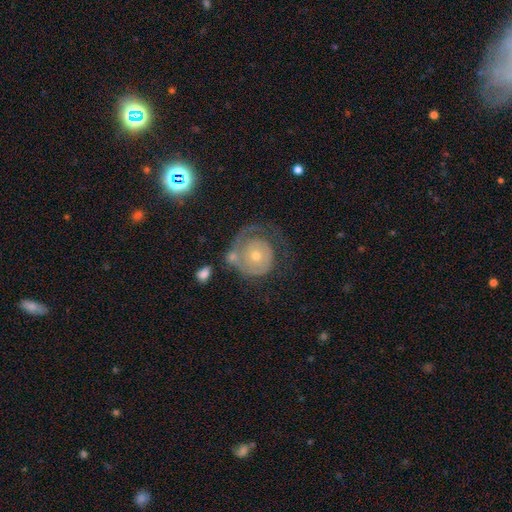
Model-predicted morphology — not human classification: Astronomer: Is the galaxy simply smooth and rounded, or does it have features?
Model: featured or disk — 75%.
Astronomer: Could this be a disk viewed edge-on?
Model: no — 98%.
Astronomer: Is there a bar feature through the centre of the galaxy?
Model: no — 84%.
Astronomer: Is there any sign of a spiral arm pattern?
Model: yes — 84%.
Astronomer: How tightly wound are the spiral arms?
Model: tight — 69%.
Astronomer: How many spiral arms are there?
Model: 1 — 56%.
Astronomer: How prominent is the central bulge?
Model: small — 53% (runner-up: moderate, 42%).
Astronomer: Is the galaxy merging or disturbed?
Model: none — 49%.